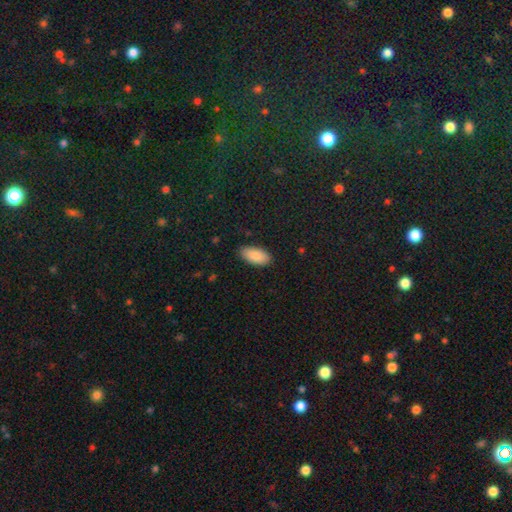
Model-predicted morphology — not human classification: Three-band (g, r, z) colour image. It shows a smooth galaxy with no disk features (88%) that is in between round and cigar-shaped (94%). Merging: none (88%).